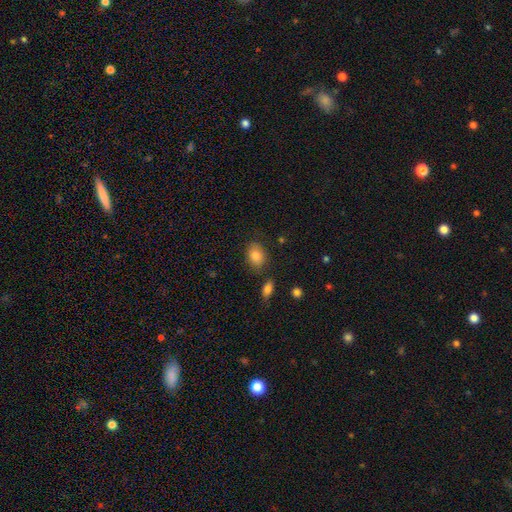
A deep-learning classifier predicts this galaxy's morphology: Smooth or featured? Predicted: smooth (p=0.83). How rounded? Predicted: in between (p=0.75). Merging? Predicted: none (p=0.78).